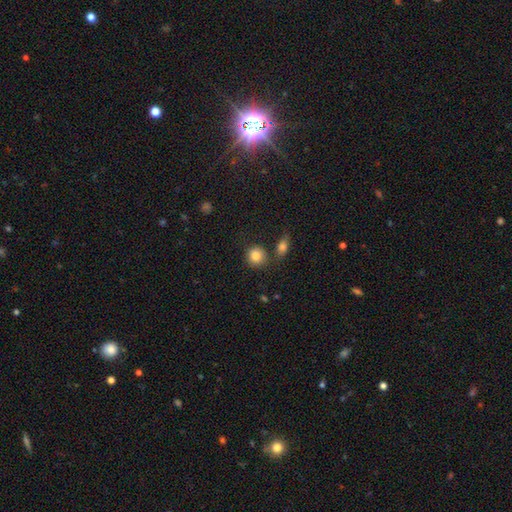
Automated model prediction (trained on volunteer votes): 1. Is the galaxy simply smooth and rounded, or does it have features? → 85% smooth, 9% star or artifact, 6% featured or disk.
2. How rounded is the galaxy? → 87% round, 12% in between, 1% cigar-shaped.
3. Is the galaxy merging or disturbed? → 74% none, 11% merger, 11% minor disturbance, 4% major disturbance.